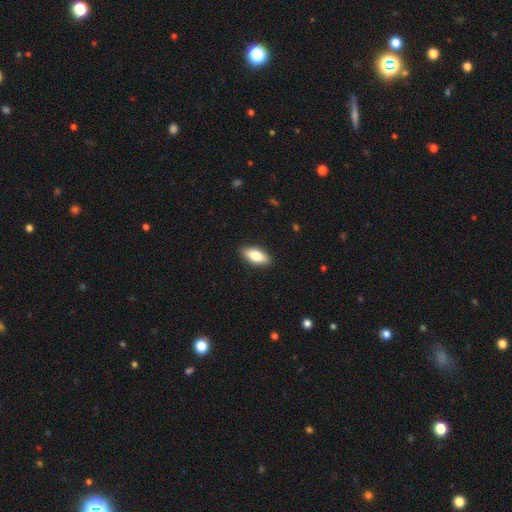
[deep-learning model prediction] This is likely a smooth galaxy (76%). How rounded: clearly in between (82%). Merging: clearly none (89%).